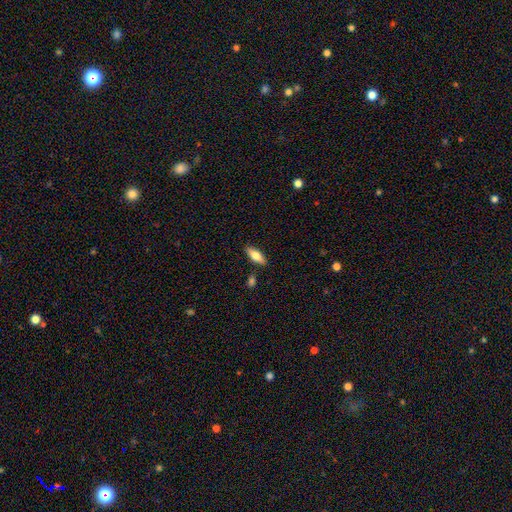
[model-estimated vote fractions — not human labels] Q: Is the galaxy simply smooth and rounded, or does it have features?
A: smooth — 67%.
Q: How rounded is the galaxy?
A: in between — 67%.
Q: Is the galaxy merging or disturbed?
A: none — 85%.